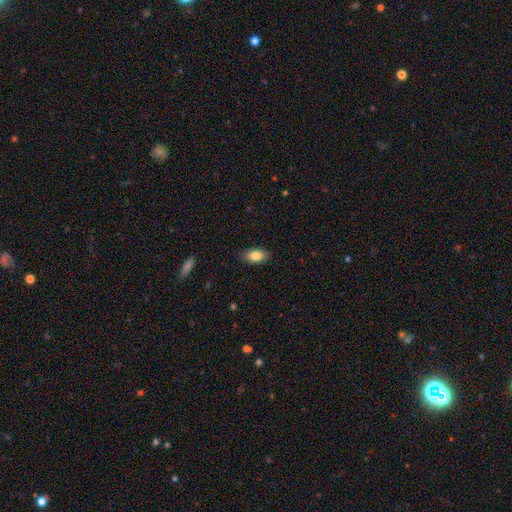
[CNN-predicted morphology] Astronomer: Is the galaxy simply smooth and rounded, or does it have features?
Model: smooth — 84%.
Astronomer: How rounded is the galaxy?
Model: in between — 92%.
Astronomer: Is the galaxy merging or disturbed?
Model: none — 86%.